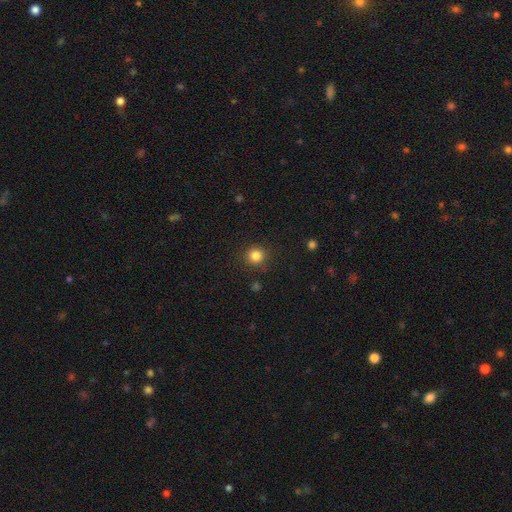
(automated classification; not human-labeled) A smooth galaxy with no disk features (84%) that is round (92%). Merging: none (88%).